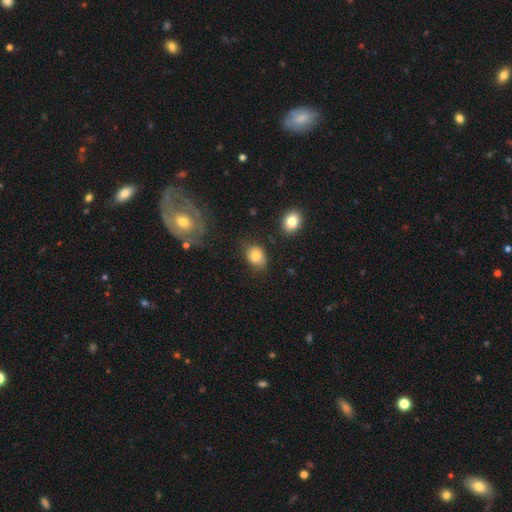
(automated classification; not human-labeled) Overall: smooth (80%). How rounded: in between (63%; round 36%). Merging: none (67%).